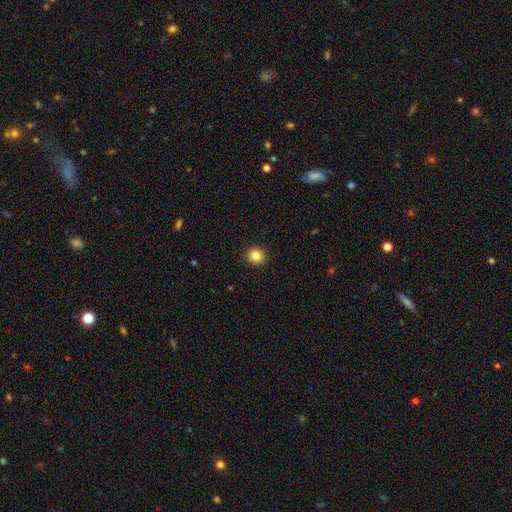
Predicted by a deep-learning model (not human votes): Overall: smooth (84%). How rounded: round (90%). Merging: none (92%).